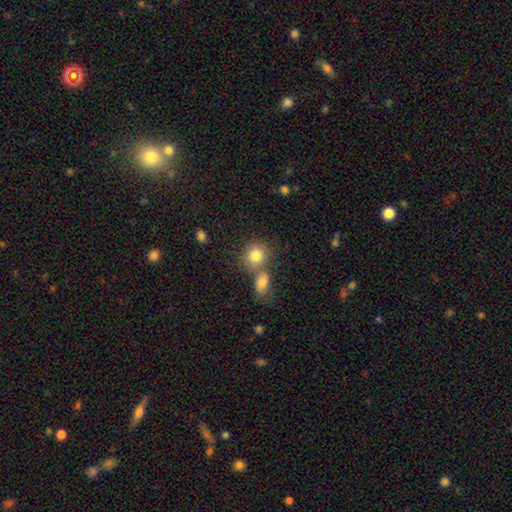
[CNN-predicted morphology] Q: Smooth or featured?
A: smooth (81%); runner-up: star or artifact (10%)
Q: How rounded?
A: round (77%); runner-up: in between (22%)
Q: Merging?
A: none (51%); runner-up: merger (36%)